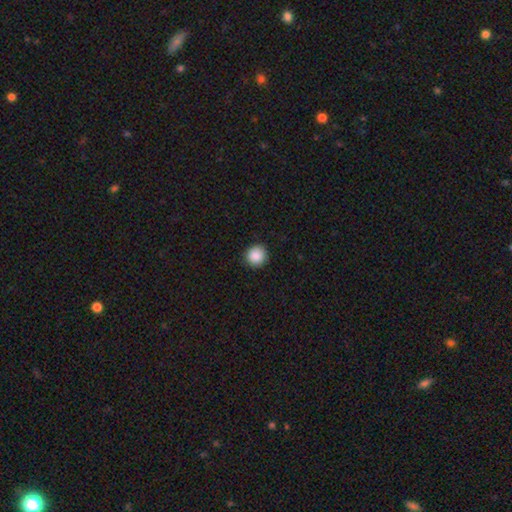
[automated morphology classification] Smooth or featured?
  - smooth: 89% *
  - star or artifact: 9%
  - featured or disk: 3%
How rounded?
  - round: 94% *
  - in between: 5%
  - cigar-shaped: 1%
Merging?
  - none: 91% *
  - minor disturbance: 6%
  - major disturbance: 2%
  - merger: 1%